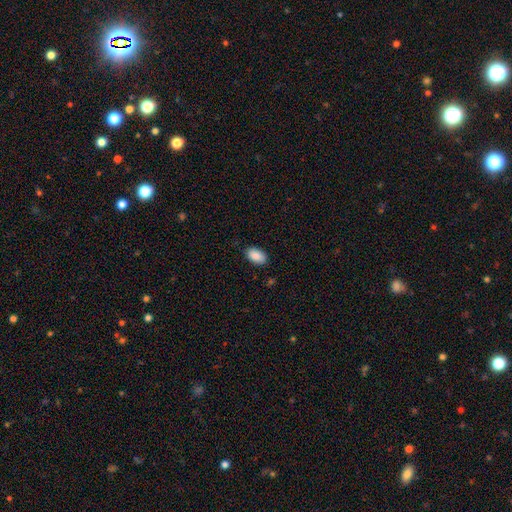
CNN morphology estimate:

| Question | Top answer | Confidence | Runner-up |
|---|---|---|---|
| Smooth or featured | smooth | 89% | star or artifact (7%) |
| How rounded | in between | 94% | round (5%) |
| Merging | none | 86% | minor disturbance (10%) |